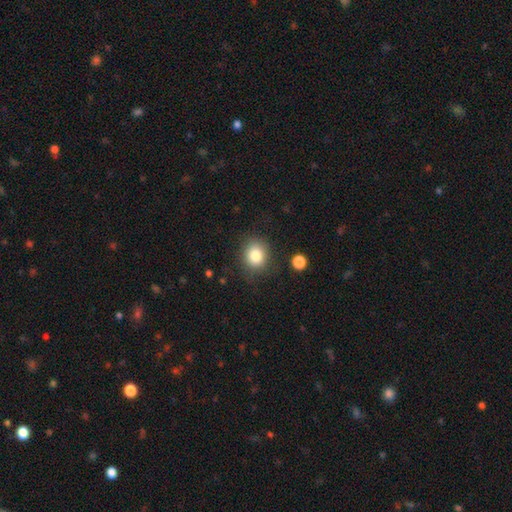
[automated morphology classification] Smooth or featured?
  - smooth: 82% *
  - star or artifact: 11%
  - featured or disk: 7%
How rounded?
  - round: 69% *
  - in between: 30%
  - cigar-shaped: 1%
Merging?
  - none: 82% *
  - minor disturbance: 12%
  - major disturbance: 4%
  - merger: 2%